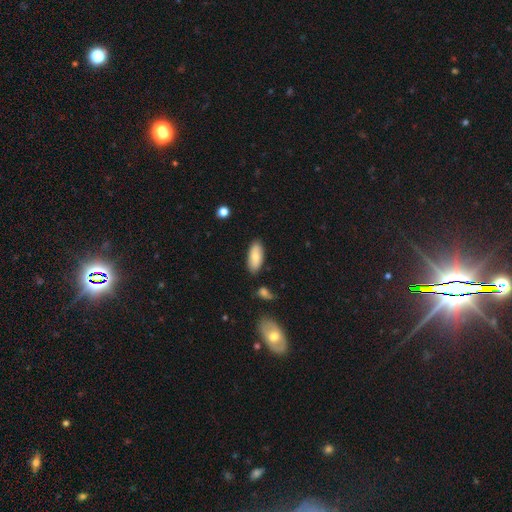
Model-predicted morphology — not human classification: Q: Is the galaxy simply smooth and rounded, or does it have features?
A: smooth — 76%.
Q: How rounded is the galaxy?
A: in between — 85%.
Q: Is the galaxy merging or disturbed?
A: none — 84%.